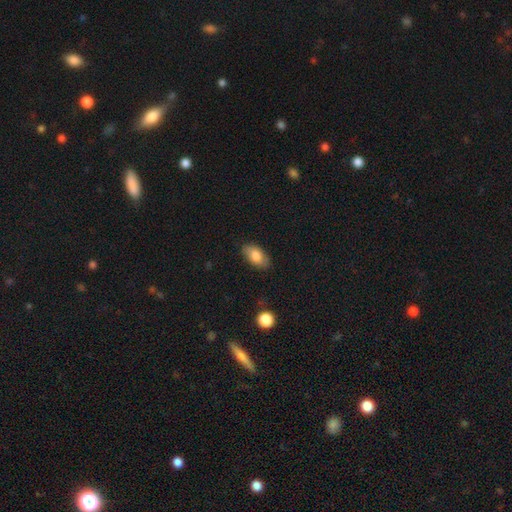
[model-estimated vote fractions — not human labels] Overall: smooth (80%). How rounded: in between (92%). Merging: none (82%).